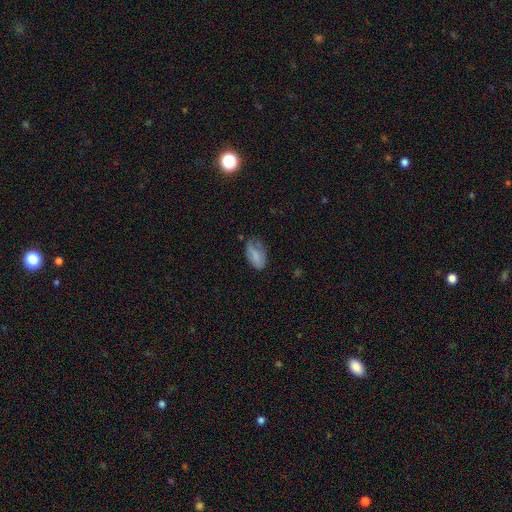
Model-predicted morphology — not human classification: smooth 72%, featured or disk 19%, star or artifact 8%. Down the decision tree: how rounded — in between (92%); merging — none (49%).